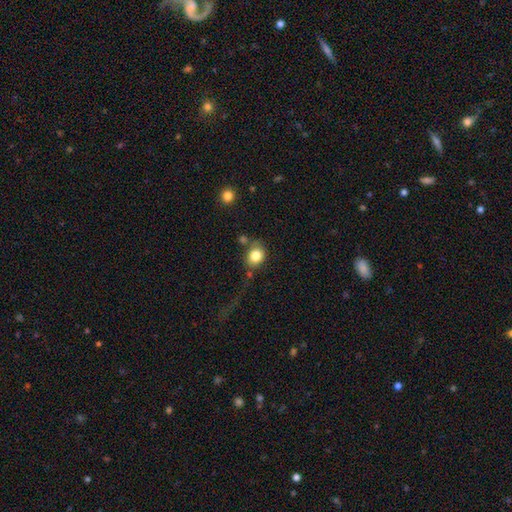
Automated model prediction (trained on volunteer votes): A smooth galaxy with no disk features (82%) that is round (60%). Merging: none (59%).